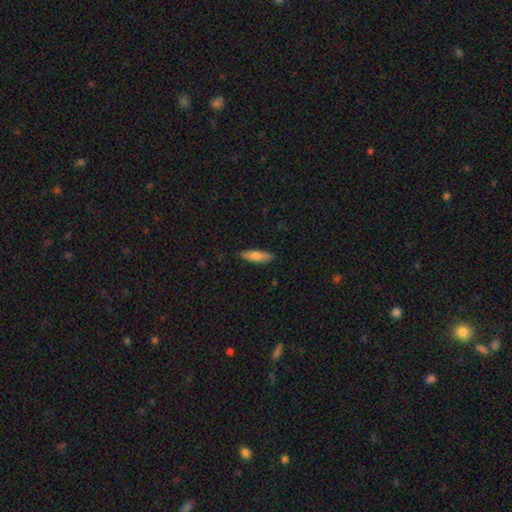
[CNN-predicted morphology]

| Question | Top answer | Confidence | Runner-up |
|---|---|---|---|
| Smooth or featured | smooth | 76% | featured or disk (18%) |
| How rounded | cigar-shaped | 67% | in between (31%) |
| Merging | none | 87% | minor disturbance (10%) |